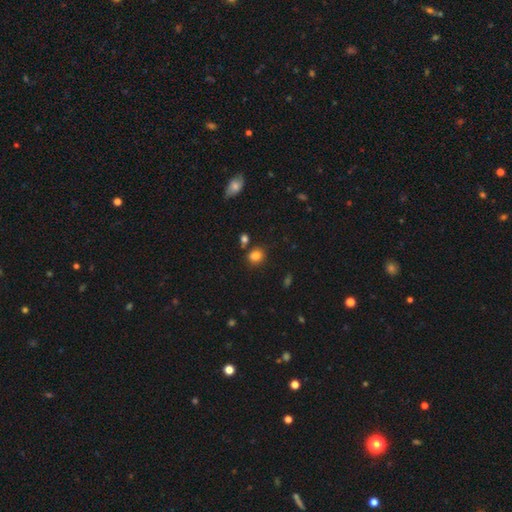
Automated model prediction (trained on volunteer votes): smooth_or_featured: smooth (p=0.82) [alt: star or artifact p=0.12]
how_rounded: round (p=0.68) [alt: in between p=0.31]
merging: none (p=0.77) [alt: minor disturbance p=0.12]